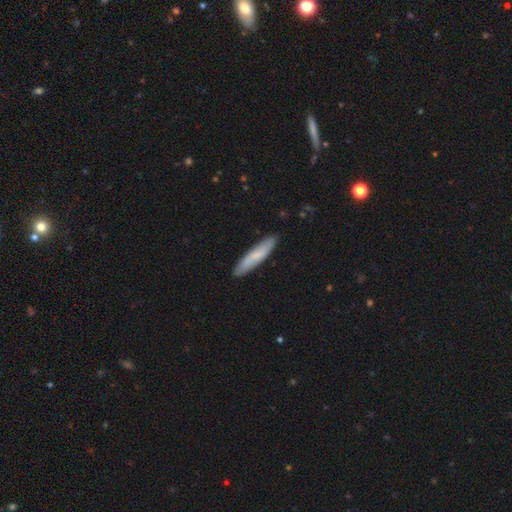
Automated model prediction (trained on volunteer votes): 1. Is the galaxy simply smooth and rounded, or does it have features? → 66% smooth, 29% featured or disk, 6% star or artifact.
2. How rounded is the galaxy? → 86% cigar-shaped, 12% in between, 1% round.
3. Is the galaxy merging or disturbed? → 88% none, 9% minor disturbance, 2% major disturbance, 1% merger.